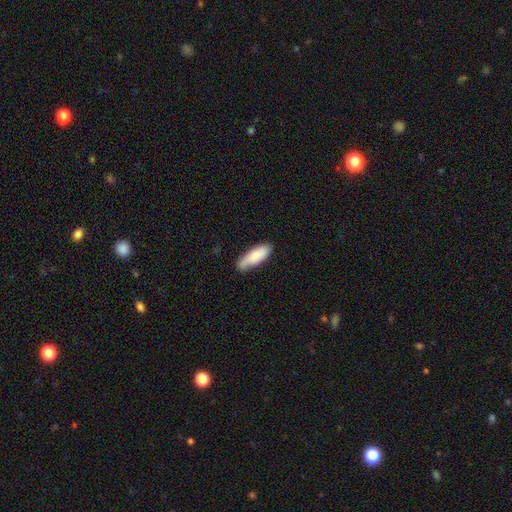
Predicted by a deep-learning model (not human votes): A smooth galaxy with no disk features (81%) that is in between round and cigar-shaped (63%).

Vote fractions:
- Smooth or featured? smooth: 81% / featured or disk: 14% / star or artifact: 6%
- How rounded? in between: 63% / cigar-shaped: 36% / round: 2%
- Merging? none: 71% / minor disturbance: 23% / major disturbance: 4% / merger: 2%